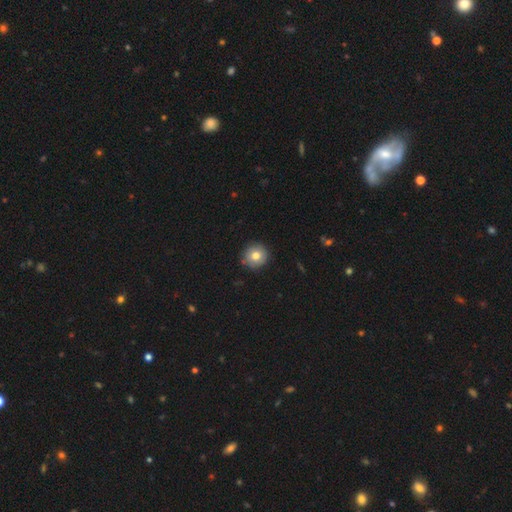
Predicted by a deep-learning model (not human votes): Overall: smooth (77%). How rounded: round (94%). Merging: none (87%).